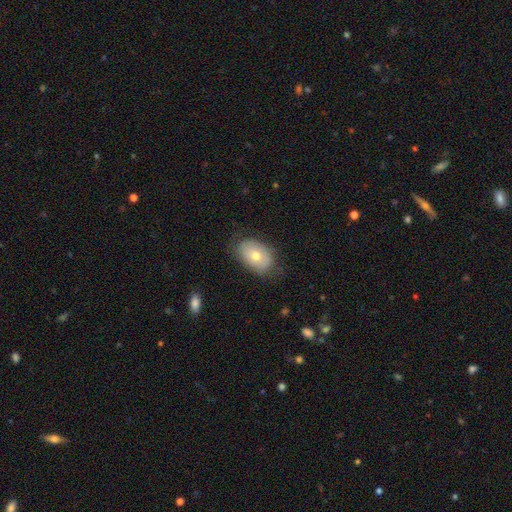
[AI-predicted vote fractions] A smooth galaxy with no disk features (68%) that is in between round and cigar-shaped (83%).

Vote fractions:
- Smooth or featured? smooth: 68% / featured or disk: 25% / star or artifact: 8%
- How rounded? in between: 83% / round: 16% / cigar-shaped: 1%
- Merging? none: 72% / minor disturbance: 21% / major disturbance: 6% / merger: 1%